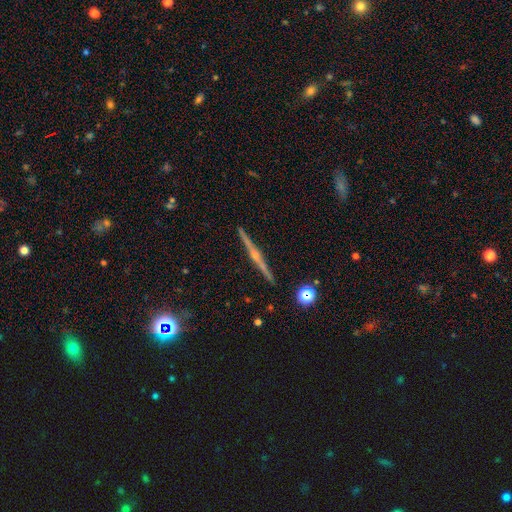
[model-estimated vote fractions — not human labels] Smooth or featured?
  - featured or disk: 82% *
  - smooth: 10%
  - star or artifact: 8%
Edge-on disk?
  - yes: 98% *
  - no: 2%
Edge-on bulge?
  - rounded: 85% *
  - none: 9%
  - boxy: 7%
Merging?
  - none: 92% *
  - minor disturbance: 5%
  - major disturbance: 1%
  - merger: 1%